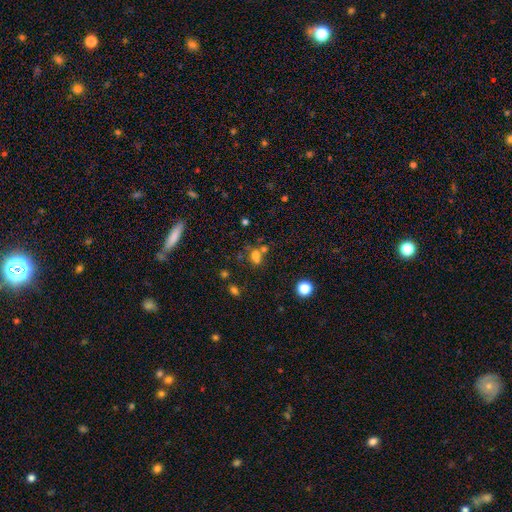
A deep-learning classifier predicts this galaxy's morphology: Q: Smooth or featured?
A: smooth (67%); runner-up: star or artifact (20%)
Q: How rounded?
A: in between (61%); runner-up: round (35%)
Q: Merging?
A: none (43%); runner-up: merger (36%)